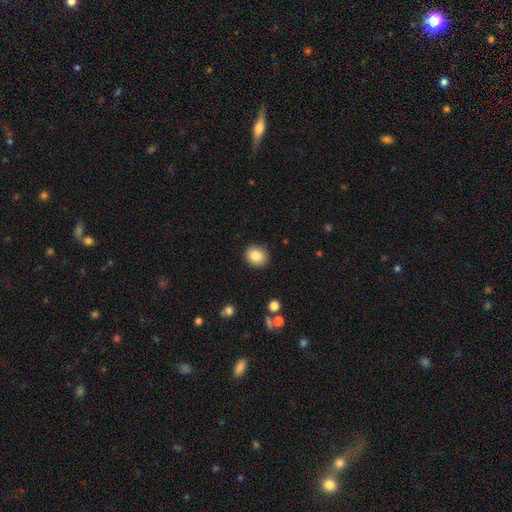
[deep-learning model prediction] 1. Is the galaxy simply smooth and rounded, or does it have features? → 85% smooth, 9% star or artifact, 6% featured or disk.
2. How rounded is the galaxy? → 73% round, 26% in between, 1% cigar-shaped.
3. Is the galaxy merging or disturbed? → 89% none, 8% minor disturbance, 2% major disturbance, 1% merger.